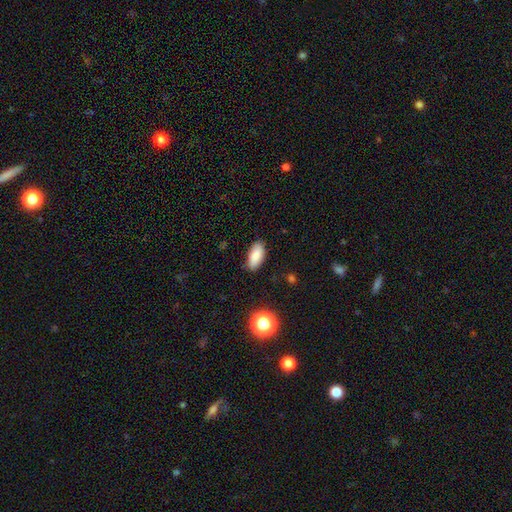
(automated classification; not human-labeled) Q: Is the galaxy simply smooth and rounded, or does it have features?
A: smooth — 86%.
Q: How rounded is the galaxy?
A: in between — 88%.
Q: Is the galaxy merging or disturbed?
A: none — 84%.